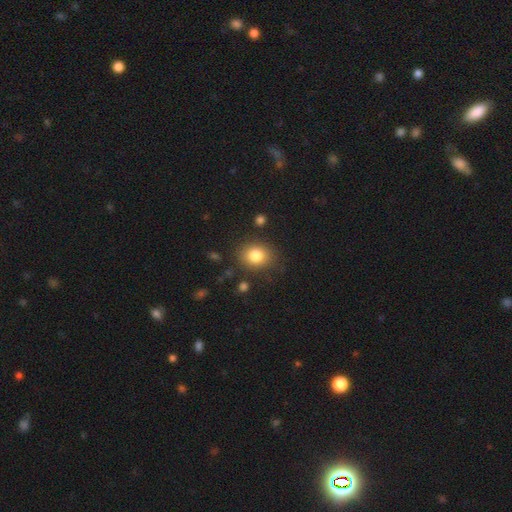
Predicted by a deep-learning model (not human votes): A smooth galaxy with no disk features (82%) that is round (60%). Merging: none (83%).